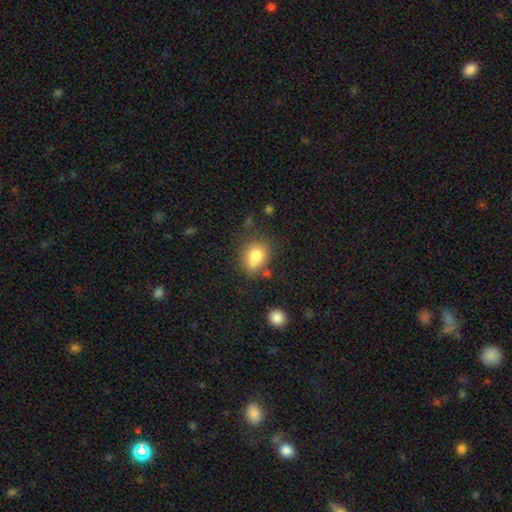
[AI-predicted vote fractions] Smooth or featured? Predicted: smooth (p=0.79). How rounded? Predicted: round (p=0.51). Merging? Predicted: none (p=0.62).